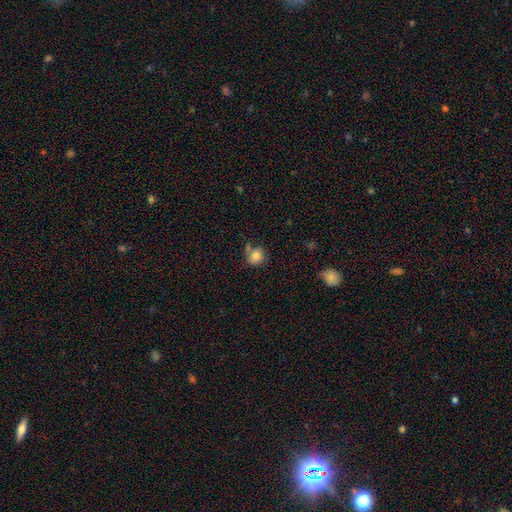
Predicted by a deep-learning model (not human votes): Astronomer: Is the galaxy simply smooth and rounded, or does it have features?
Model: smooth — 77%.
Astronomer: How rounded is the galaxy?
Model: round — 80%.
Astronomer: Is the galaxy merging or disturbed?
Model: none — 59%.